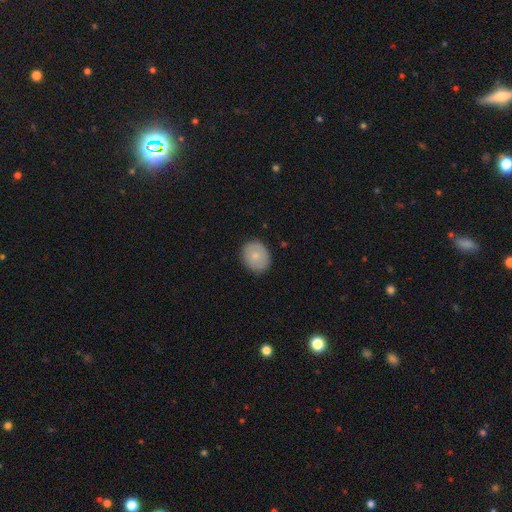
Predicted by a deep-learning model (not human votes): smooth 77%, featured or disk 16%, star or artifact 7%. Down the decision tree: how rounded — round (60%); merging — none (86%).